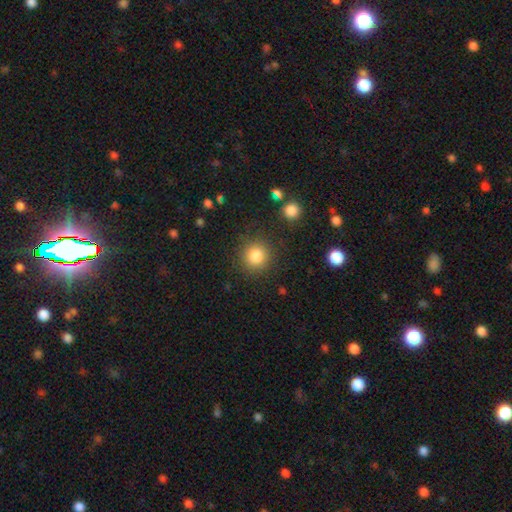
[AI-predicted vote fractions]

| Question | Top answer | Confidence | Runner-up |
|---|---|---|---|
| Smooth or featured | smooth | 83% | star or artifact (11%) |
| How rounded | round | 92% | in between (7%) |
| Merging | none | 86% | minor disturbance (8%) |